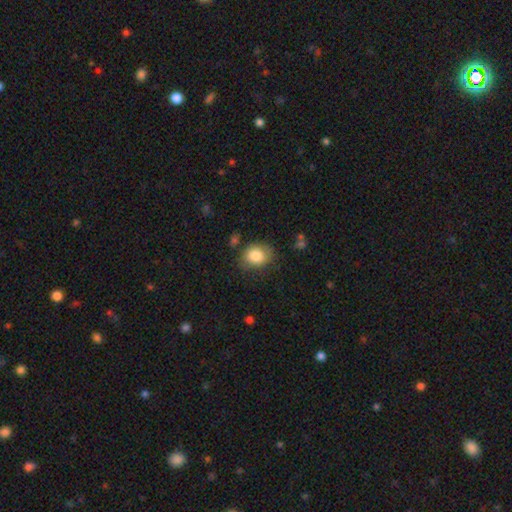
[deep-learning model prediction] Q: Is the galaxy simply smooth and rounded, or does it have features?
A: smooth — 85%.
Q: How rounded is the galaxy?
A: round — 50%.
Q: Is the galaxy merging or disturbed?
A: none — 68%.